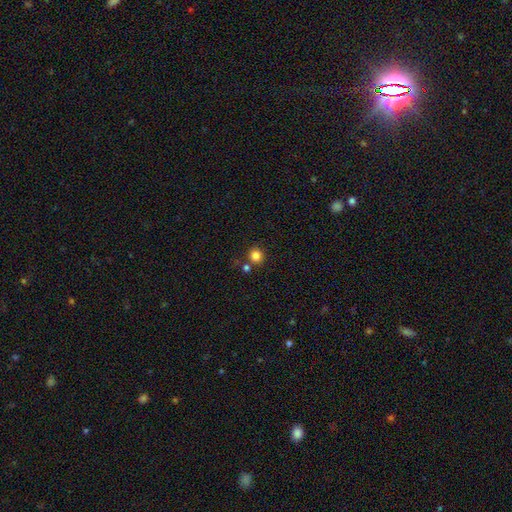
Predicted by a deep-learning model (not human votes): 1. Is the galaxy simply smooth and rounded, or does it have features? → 84% smooth, 12% star or artifact, 4% featured or disk.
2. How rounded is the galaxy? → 91% round, 8% in between, 1% cigar-shaped.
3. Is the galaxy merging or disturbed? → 76% none, 13% merger, 8% minor disturbance, 3% major disturbance.